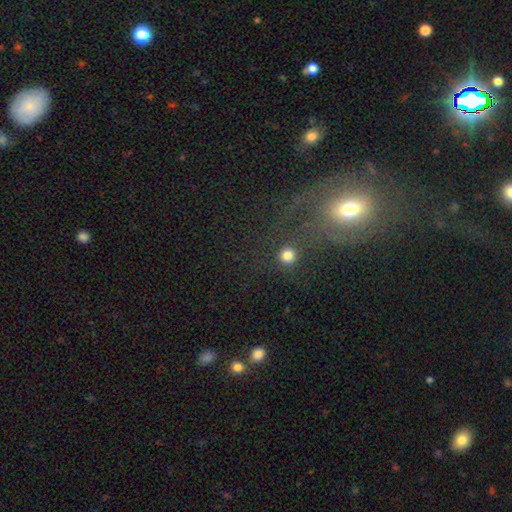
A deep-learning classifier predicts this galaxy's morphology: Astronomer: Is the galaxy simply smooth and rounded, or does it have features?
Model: smooth — 46% (runner-up: star or artifact, 31%).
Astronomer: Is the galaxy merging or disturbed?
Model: none — 51%.